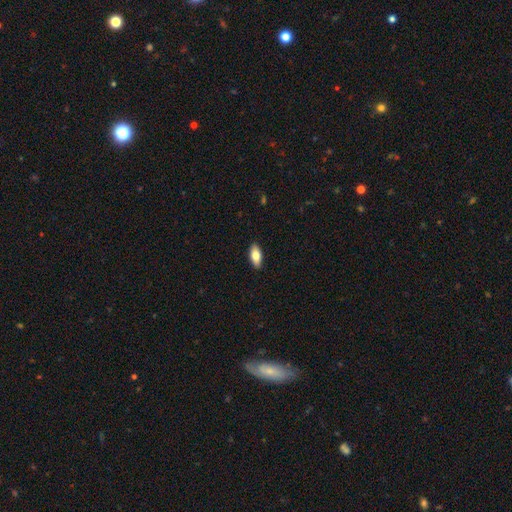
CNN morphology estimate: A smooth galaxy with no disk features (77%) that is in between round and cigar-shaped (86%). Merging: none (90%).